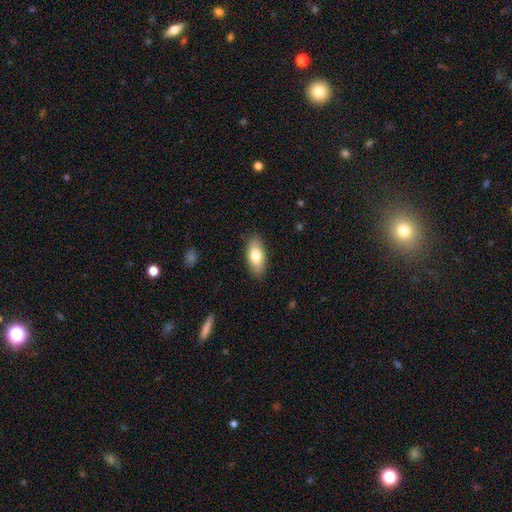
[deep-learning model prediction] smooth-or-featured: smooth: 77% | featured or disk: 17% | star or artifact: 6%
  how-rounded: in between: 87% | cigar-shaped: 10% | round: 3%
  merging: none: 88% | minor disturbance: 9% | major disturbance: 2% | merger: 1%